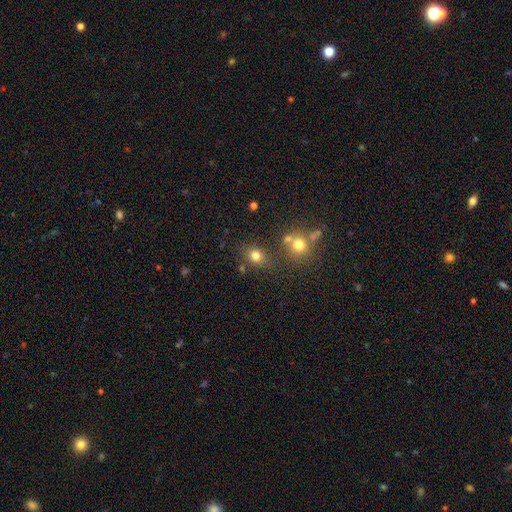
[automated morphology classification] This appears to be a smooth galaxy with no disk features (75%) that is round (64%). Merging: none (74%).